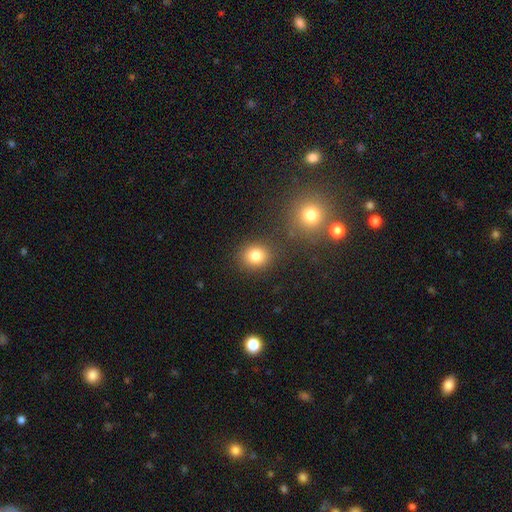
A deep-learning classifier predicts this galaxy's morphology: A smooth galaxy with no disk features (81%) that is round (76%).

Vote fractions:
- Smooth or featured? smooth: 81% / star or artifact: 12% / featured or disk: 7%
- How rounded? round: 76% / in between: 23% / cigar-shaped: 1%
- Merging? none: 82% / minor disturbance: 9% / merger: 6% / major disturbance: 3%